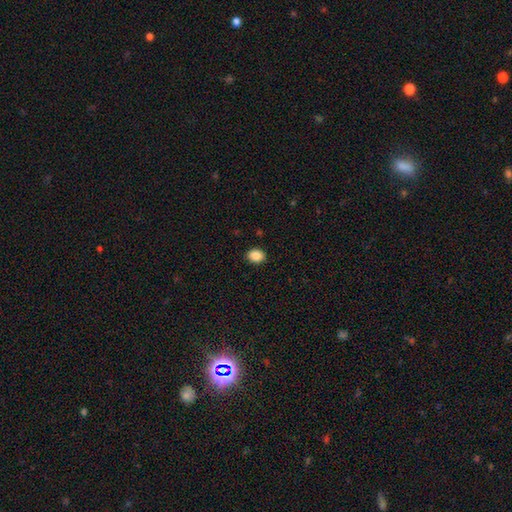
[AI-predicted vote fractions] smooth_or_featured: smooth (p=0.87) [alt: star or artifact p=0.09]
how_rounded: in between (p=0.57) [alt: round p=0.42]
merging: none (p=0.90) [alt: minor disturbance p=0.07]